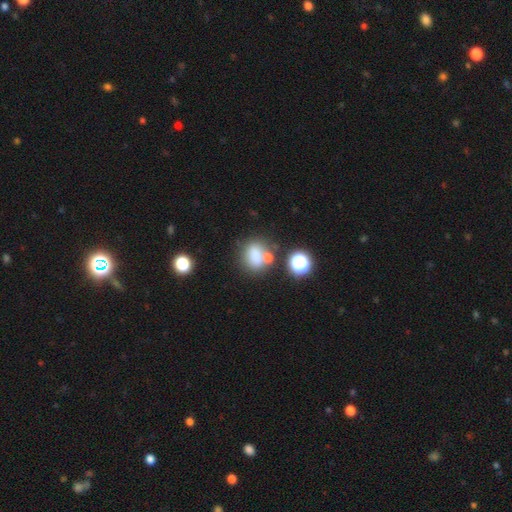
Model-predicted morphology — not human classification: smooth 73%, star or artifact 16%, featured or disk 11%. Down the decision tree: how rounded — in between (54%); merging — none (54%).